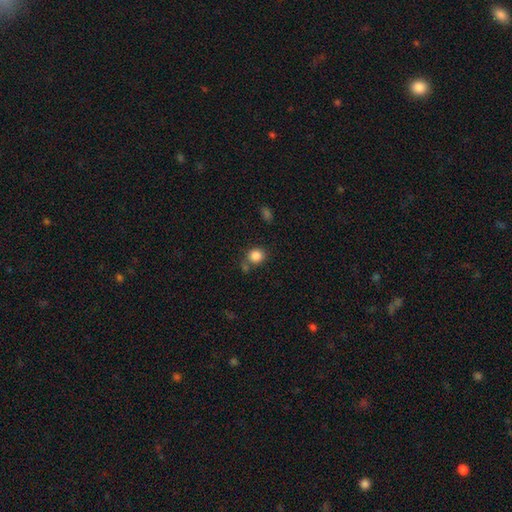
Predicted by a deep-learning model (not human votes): The model was most divided on "merging": none: 70%, merger: 13%, minor disturbance: 12%, major disturbance: 4%. More confident: smooth or featured — smooth (86%); how rounded — round (83%).